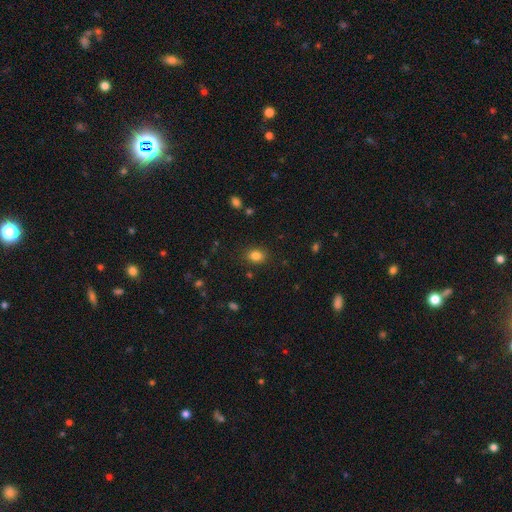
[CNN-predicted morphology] smooth 82%, star or artifact 12%, featured or disk 6%. Down the decision tree: how rounded — in between (53%); merging — none (86%).